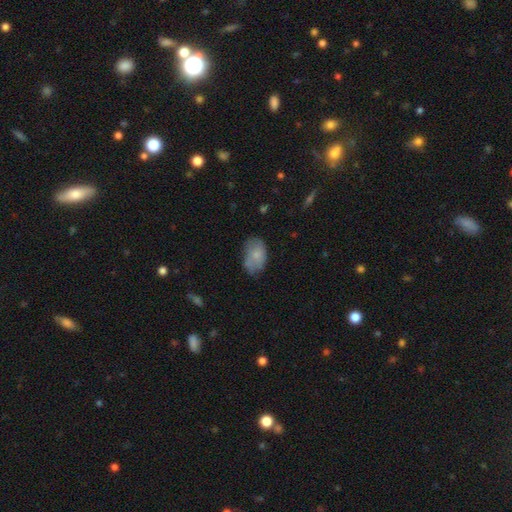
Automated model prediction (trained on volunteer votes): Smooth or featured? Predicted: smooth (p=0.73). How rounded? Predicted: in between (p=0.90). Merging? Predicted: none (p=0.55).